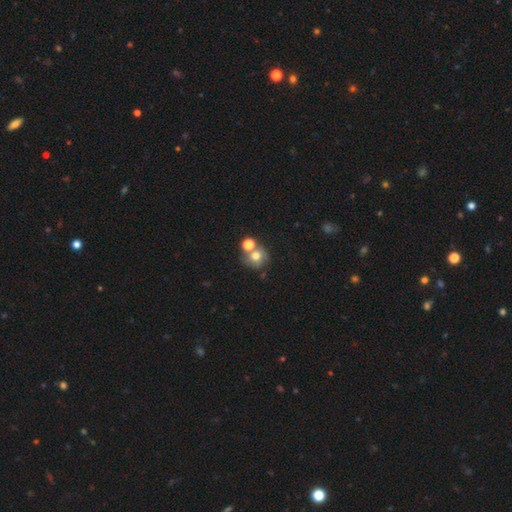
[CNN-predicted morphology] The model was most divided on "merging": none: 45%, merger: 36%, minor disturbance: 12%, major disturbance: 7%. More confident: how rounded — round (78%); smooth or featured — smooth (64%).